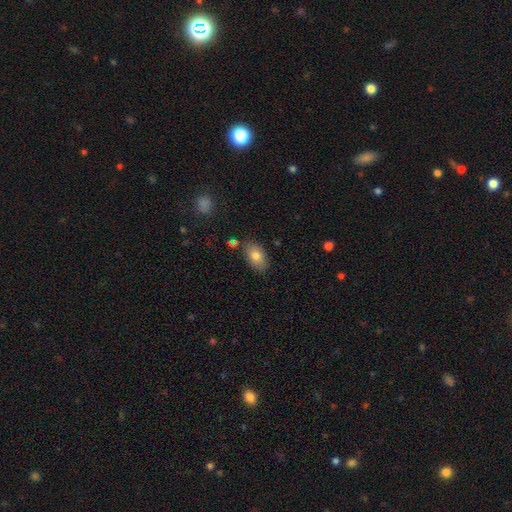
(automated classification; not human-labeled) A smooth galaxy with no disk features (80%) that is in between round and cigar-shaped (91%).

Vote fractions:
- Smooth or featured? smooth: 80% / featured or disk: 12% / star or artifact: 8%
- How rounded? in between: 91% / round: 8% / cigar-shaped: 2%
- Merging? none: 81% / minor disturbance: 13% / merger: 3% / major disturbance: 3%